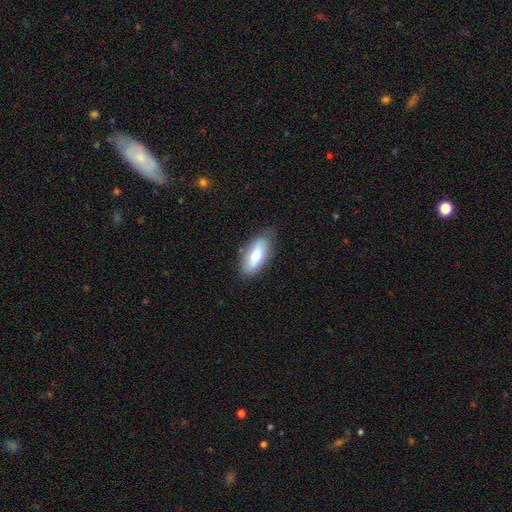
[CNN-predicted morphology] Smooth or featured?
  - smooth: 74% *
  - featured or disk: 19%
  - star or artifact: 6%
How rounded?
  - in between: 81% *
  - cigar-shaped: 17%
  - round: 2%
Merging?
  - none: 75% *
  - minor disturbance: 20%
  - major disturbance: 4%
  - merger: 2%